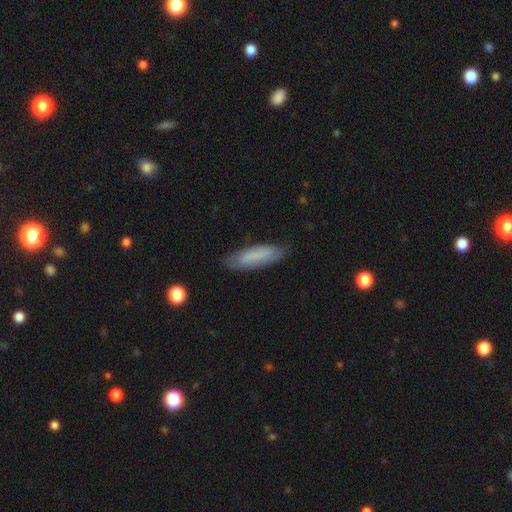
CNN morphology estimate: Smooth or featured?
  - smooth: 75% *
  - featured or disk: 18%
  - star or artifact: 7%
How rounded?
  - cigar-shaped: 61% *
  - in between: 37%
  - round: 1%
Merging?
  - none: 80% *
  - minor disturbance: 16%
  - major disturbance: 3%
  - merger: 1%